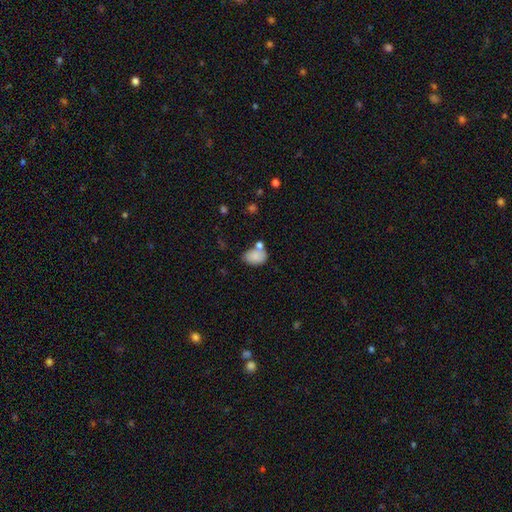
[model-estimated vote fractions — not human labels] smooth 81%, featured or disk 10%, star or artifact 8%. Down the decision tree: how rounded — in between (81%); merging — none (47%).